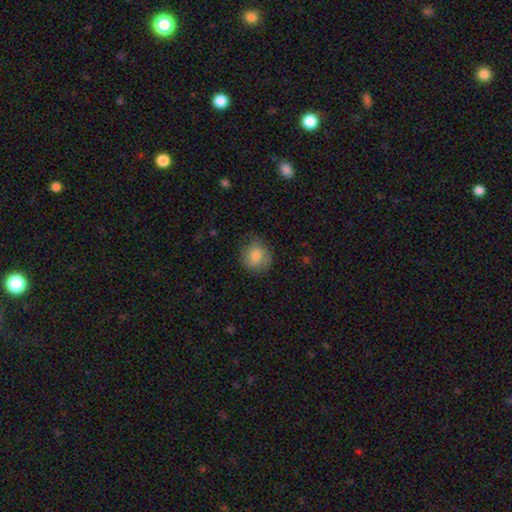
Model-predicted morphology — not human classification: A smooth galaxy with no disk features (80%) that is round (81%). Merging: none (77%).